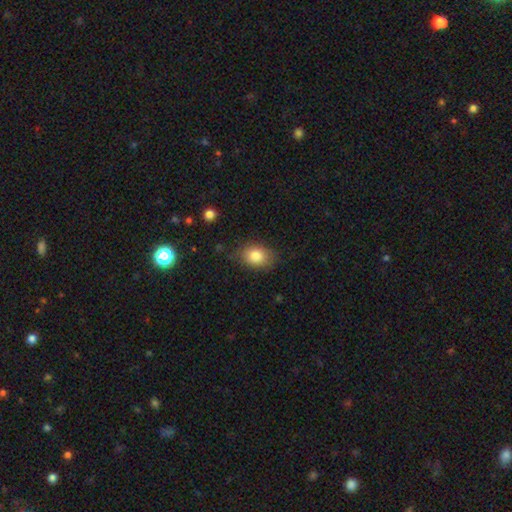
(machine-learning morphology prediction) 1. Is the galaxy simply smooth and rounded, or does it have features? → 83% smooth, 9% star or artifact, 8% featured or disk.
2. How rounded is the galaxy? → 70% in between, 29% round, 1% cigar-shaped.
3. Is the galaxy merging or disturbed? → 80% none, 14% minor disturbance, 4% major disturbance, 1% merger.